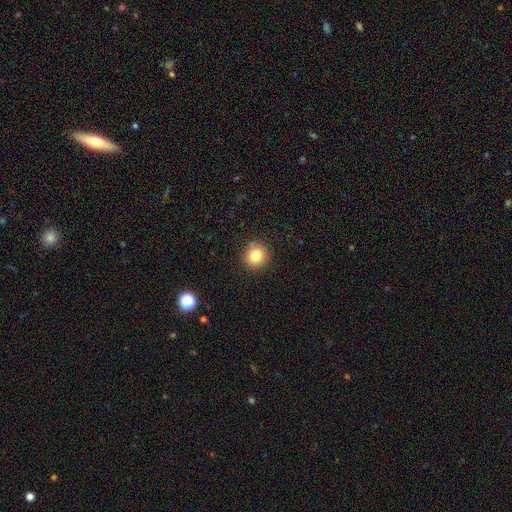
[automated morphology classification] smooth_or_featured: smooth (p=0.81) [alt: star or artifact p=0.12]
how_rounded: round (p=0.91) [alt: in between p=0.08]
merging: none (p=0.87) [alt: minor disturbance p=0.08]